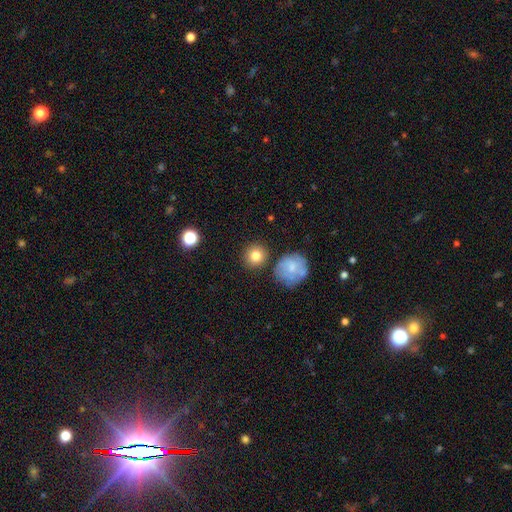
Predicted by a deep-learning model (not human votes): The model was most divided on "smooth or featured": smooth: 81%, featured or disk: 9%, star or artifact: 9%. More confident: how rounded — round (91%); merging — none (82%).